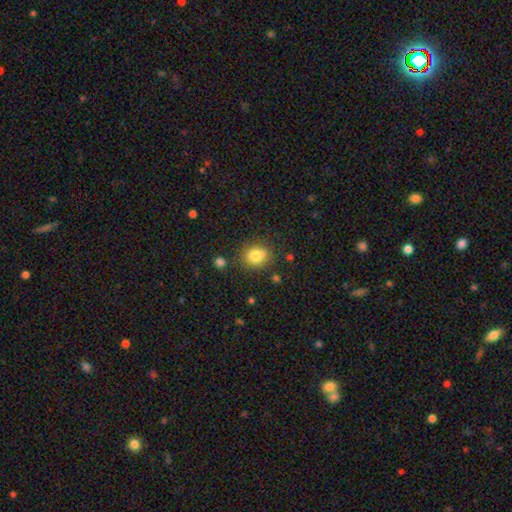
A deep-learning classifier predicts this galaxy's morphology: Smooth or featured? Predicted: smooth (p=0.81). How rounded? Predicted: round (p=0.62). Merging? Predicted: none (p=0.73).